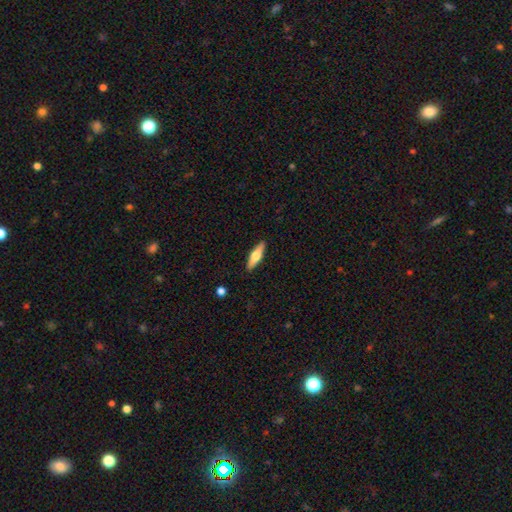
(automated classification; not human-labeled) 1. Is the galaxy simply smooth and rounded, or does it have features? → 53% smooth, 42% featured or disk, 5% star or artifact.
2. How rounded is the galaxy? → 65% cigar-shaped, 33% in between, 2% round.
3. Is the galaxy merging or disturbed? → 90% none, 7% minor disturbance, 2% major disturbance, 1% merger.